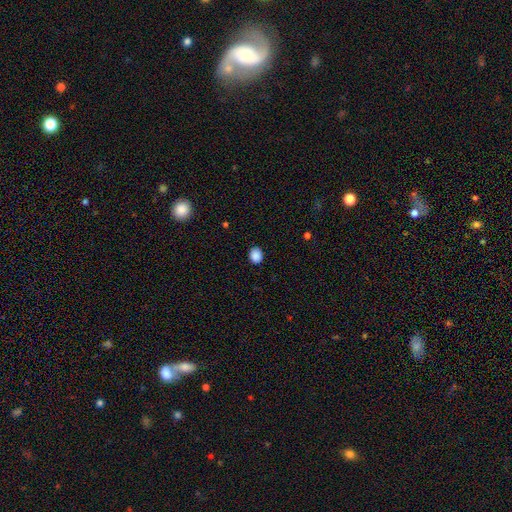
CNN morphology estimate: Overall: smooth (89%). How rounded: round (62%; in between 37%). Merging: none (90%).